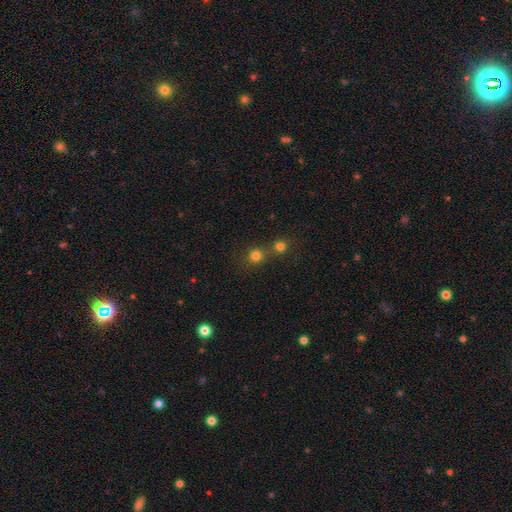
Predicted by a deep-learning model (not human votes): Q: Smooth or featured?
A: smooth (75%); runner-up: star or artifact (18%)
Q: How rounded?
A: round (90%); runner-up: in between (9%)
Q: Merging?
A: none (56%); runner-up: merger (34%)